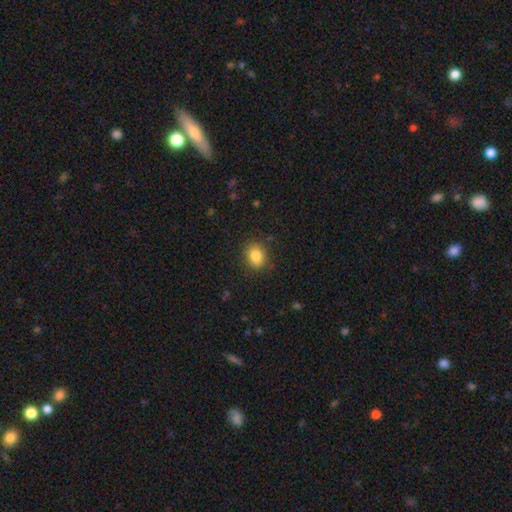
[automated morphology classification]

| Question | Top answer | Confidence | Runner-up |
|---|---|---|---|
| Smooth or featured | smooth | 83% | star or artifact (10%) |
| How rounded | round | 51% | in between (48%) |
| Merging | none | 84% | minor disturbance (12%) |